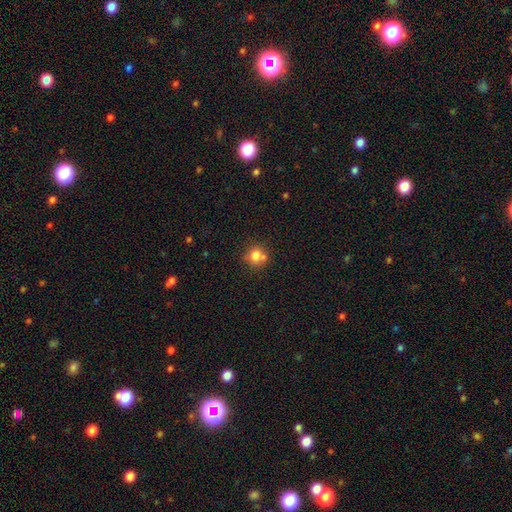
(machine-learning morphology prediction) smooth-or-featured: smooth: 76% | star or artifact: 12% | featured or disk: 12%
  how-rounded: round: 83% | in between: 17% | cigar-shaped: 1%
  merging: none: 59% | merger: 25% | minor disturbance: 12% | major disturbance: 3%